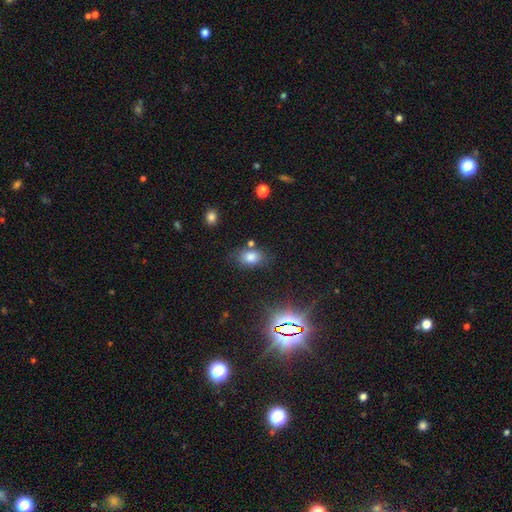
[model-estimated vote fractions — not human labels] This appears to be a smooth galaxy with no disk features (55%) that is in between round and cigar-shaped (77%). Merging: none (79%).